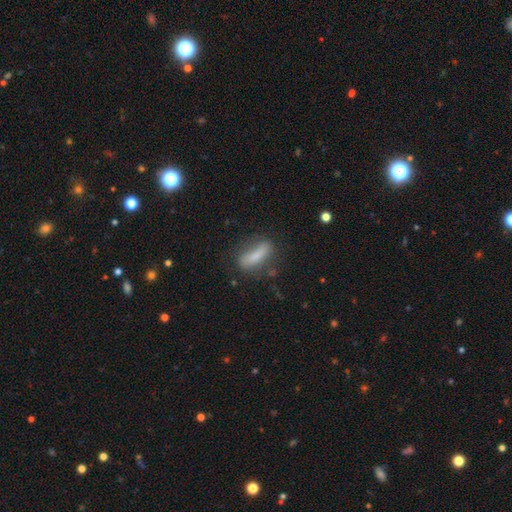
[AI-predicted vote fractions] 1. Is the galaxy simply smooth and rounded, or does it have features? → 73% smooth, 18% featured or disk, 9% star or artifact.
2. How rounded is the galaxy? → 52% cigar-shaped, 45% in between, 3% round.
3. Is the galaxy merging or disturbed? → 66% none, 21% minor disturbance, 9% major disturbance, 4% merger.